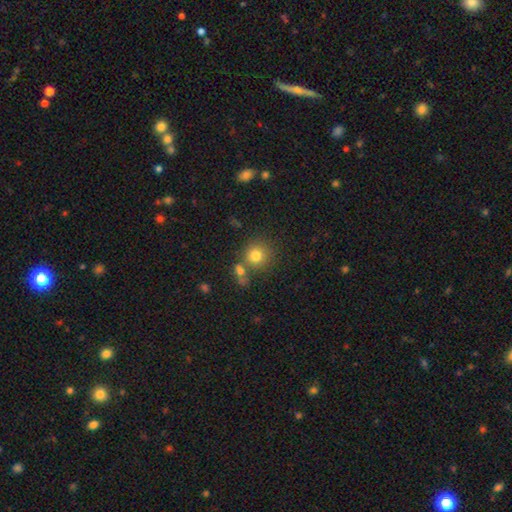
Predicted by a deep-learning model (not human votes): Smooth or featured: smooth — 78% (star or artifact — 13%)
How rounded: round — 89% (in between — 10%)
Merging: none — 66% (merger — 20%)